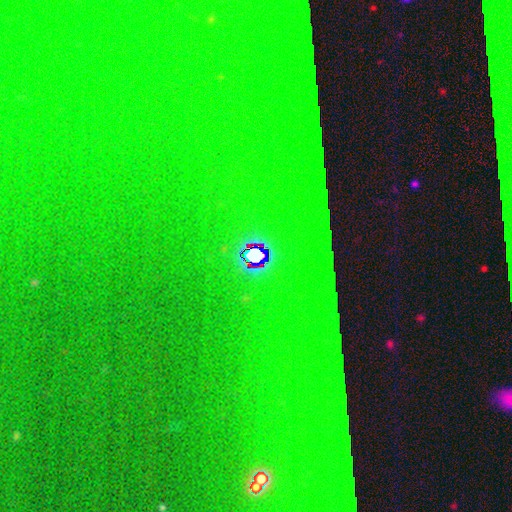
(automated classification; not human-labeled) Morphology: type=star or artifact (82%).